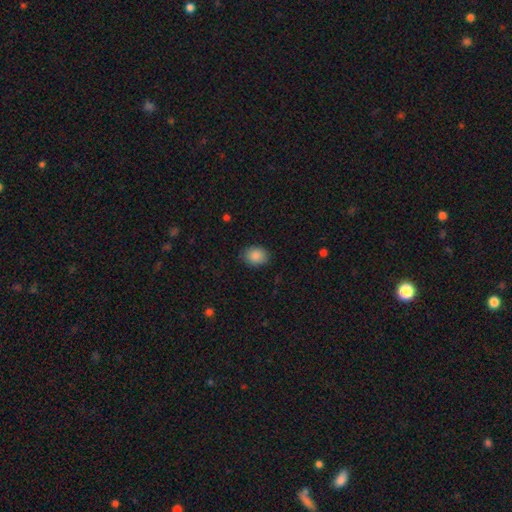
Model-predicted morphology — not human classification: Q: Smooth or featured?
A: smooth (88%); runner-up: star or artifact (8%)
Q: How rounded?
A: in between (52%); runner-up: round (47%)
Q: Merging?
A: none (85%); runner-up: minor disturbance (11%)